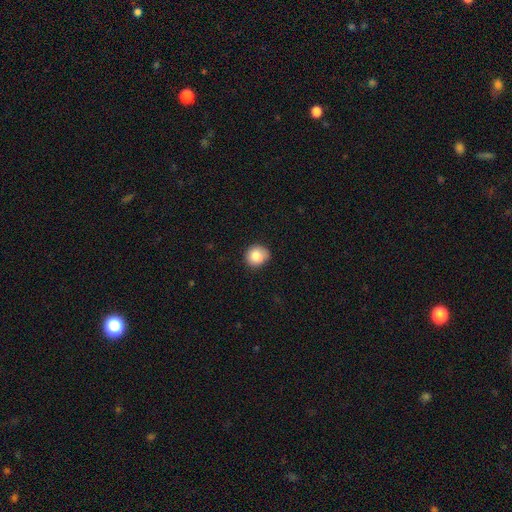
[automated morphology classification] Smooth or featured?
  - smooth: 83% *
  - star or artifact: 9%
  - featured or disk: 8%
How rounded?
  - round: 87% *
  - in between: 12%
  - cigar-shaped: 1%
Merging?
  - none: 75% *
  - minor disturbance: 19%
  - major disturbance: 3%
  - merger: 3%